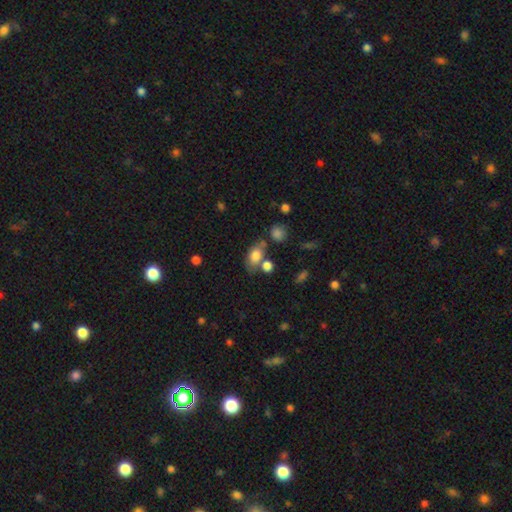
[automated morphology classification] Smooth or featured: smooth — 80% (featured or disk — 11%)
How rounded: in between — 83% (round — 14%)
Merging: none — 55% (merger — 21%)